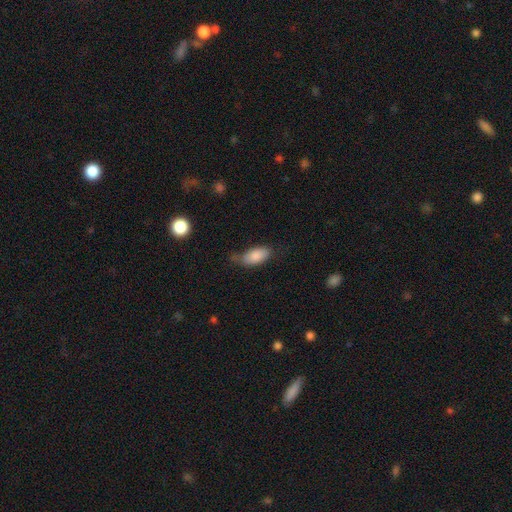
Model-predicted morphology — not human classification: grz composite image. It shows a smooth galaxy with no disk features (84%) that is in between round and cigar-shaped (91%). Merging: none (55%).